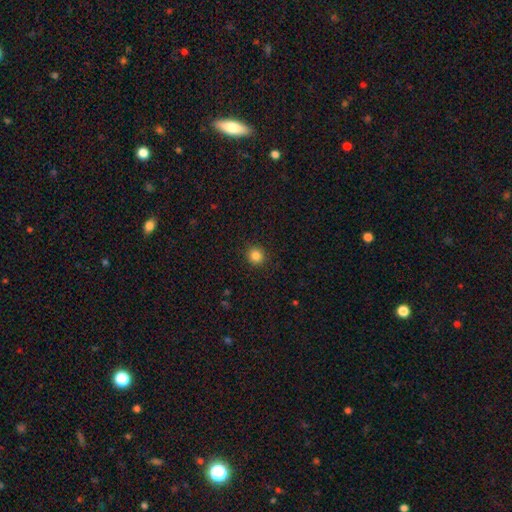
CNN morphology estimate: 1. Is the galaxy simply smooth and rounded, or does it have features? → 84% smooth, 12% star or artifact, 4% featured or disk.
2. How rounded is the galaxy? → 91% round, 8% in between, 1% cigar-shaped.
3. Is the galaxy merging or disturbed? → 91% none, 6% minor disturbance, 2% major disturbance, 1% merger.